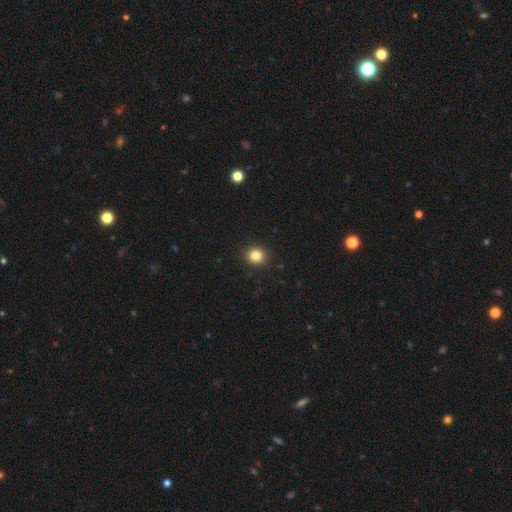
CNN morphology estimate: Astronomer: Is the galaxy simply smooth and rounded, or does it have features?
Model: smooth — 84%.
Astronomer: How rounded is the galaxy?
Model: round — 88%.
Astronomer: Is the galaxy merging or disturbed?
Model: none — 92%.